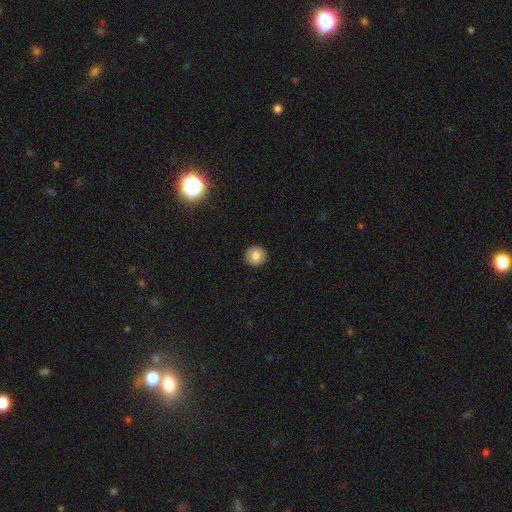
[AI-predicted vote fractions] Q: Smooth or featured?
A: smooth (78%); runner-up: featured or disk (13%)
Q: How rounded?
A: round (94%); runner-up: in between (5%)
Q: Merging?
A: none (91%); runner-up: minor disturbance (6%)